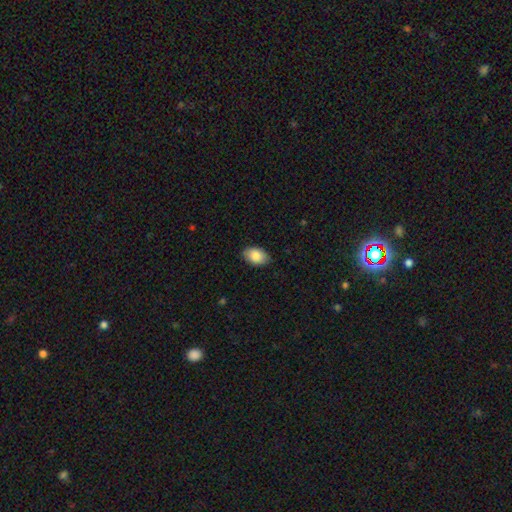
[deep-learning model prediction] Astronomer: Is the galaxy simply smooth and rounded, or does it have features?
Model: smooth — 87%.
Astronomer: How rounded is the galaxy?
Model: in between — 90%.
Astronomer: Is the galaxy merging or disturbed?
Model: none — 86%.